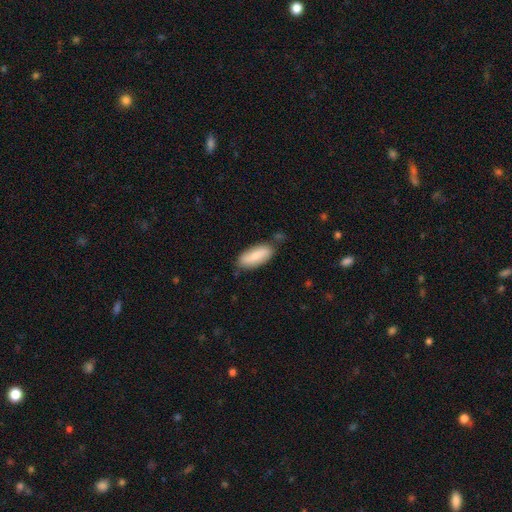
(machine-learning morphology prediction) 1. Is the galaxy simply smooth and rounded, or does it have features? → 81% smooth, 13% featured or disk, 6% star or artifact.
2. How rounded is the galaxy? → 76% in between, 22% cigar-shaped, 2% round.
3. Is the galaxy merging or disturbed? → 75% none, 18% minor disturbance, 4% merger, 3% major disturbance.